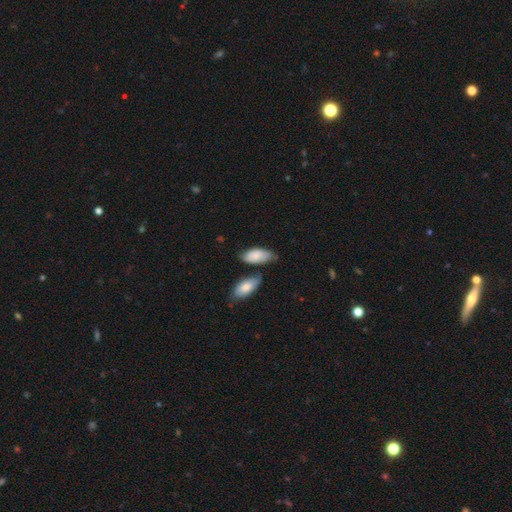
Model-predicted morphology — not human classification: Smooth or featured: smooth — 79% (featured or disk — 15%)
How rounded: in between — 91% (cigar-shaped — 7%)
Merging: none — 53% (minor disturbance — 26%)